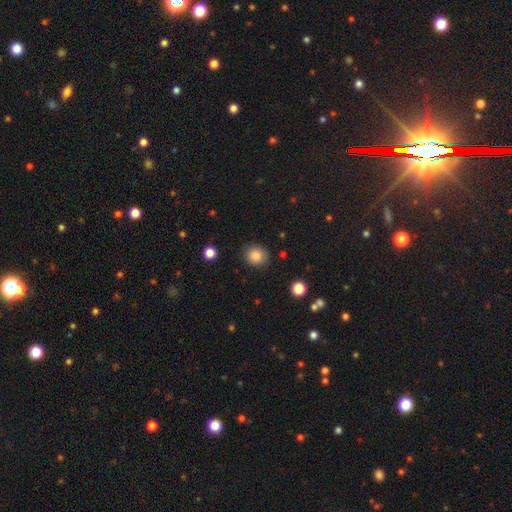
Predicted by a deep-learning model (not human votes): This is clearly a smooth galaxy (85%). How rounded: clearly round (82%). Merging: clearly none (87%).